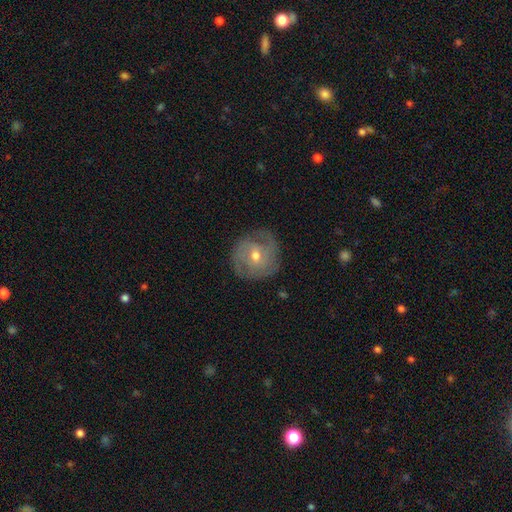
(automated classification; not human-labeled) This is likely a featured or disk galaxy (75%). It is clearly not viewed edge-on (97%). Bar: possibly no (53%). Spiral arm pattern: clearly yes (90%). Spiral arm count: marginally 2 (36%). Spiral winding: possibly tight (56%). Central bulge: likely moderate (66%). Merging: likely none (77%).